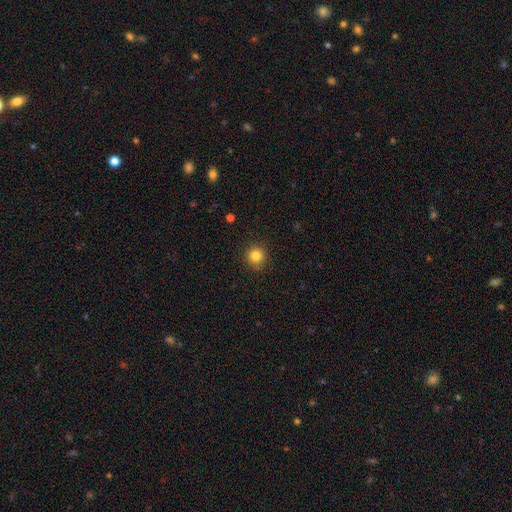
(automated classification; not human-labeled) Q: Smooth or featured?
A: smooth (83%); runner-up: star or artifact (12%)
Q: How rounded?
A: round (93%); runner-up: in between (6%)
Q: Merging?
A: none (90%); runner-up: minor disturbance (7%)